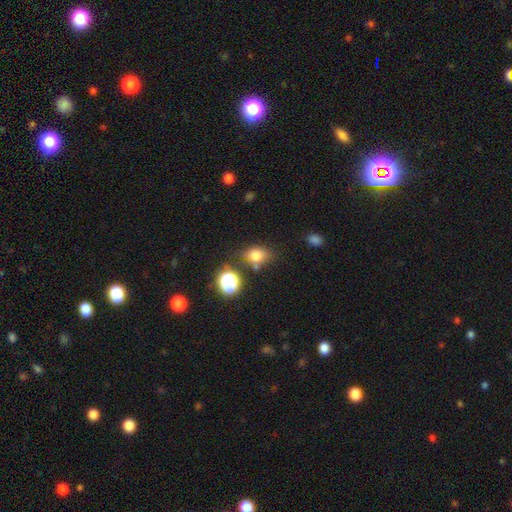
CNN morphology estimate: Smooth or featured? Predicted: smooth (p=0.74). How rounded? Predicted: in between (p=0.58). Merging? Predicted: none (p=0.68).